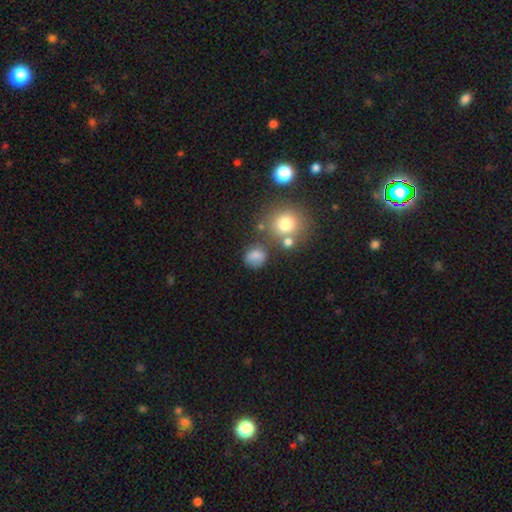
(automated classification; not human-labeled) This is likely a smooth galaxy (76%). How rounded: likely round (70%). Merging: likely none (63%).